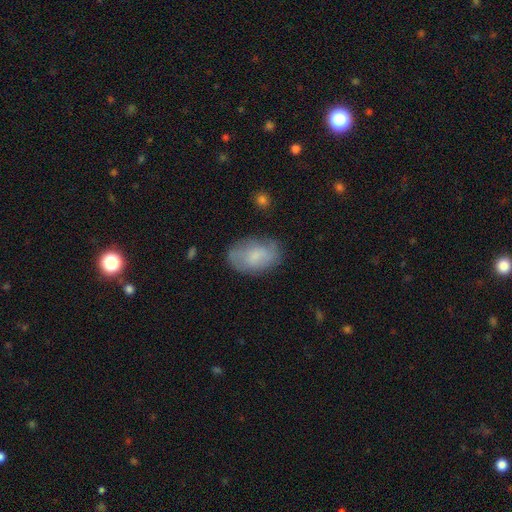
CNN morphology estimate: Overall: smooth (65%; featured or disk 27%). How rounded: in between (90%). Merging: none (68%).